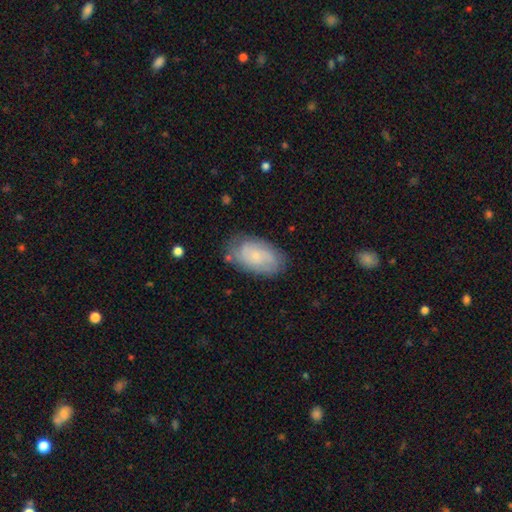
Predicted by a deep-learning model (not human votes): Smooth or featured? featured or disk (48%)
Merging? none (73%)